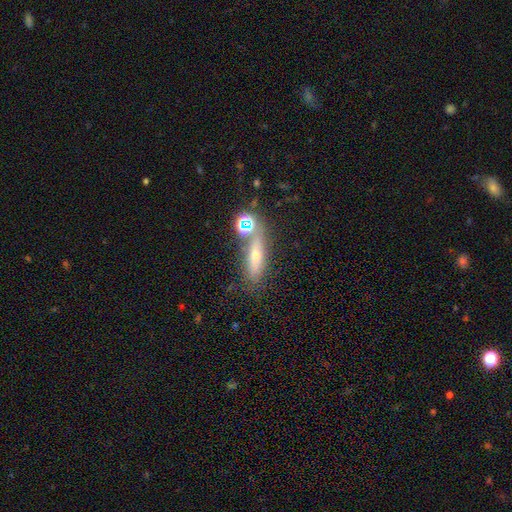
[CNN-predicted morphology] featured or disk 43%, smooth 42%, star or artifact 16%. Down the decision tree: merging — none (62%).